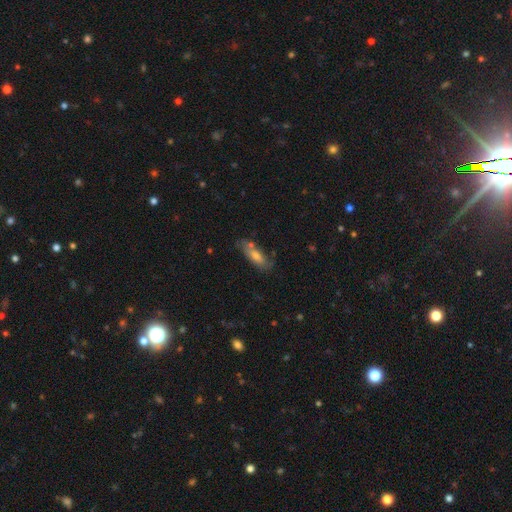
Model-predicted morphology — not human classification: Q: Smooth or featured?
A: smooth (61%); runner-up: featured or disk (31%)
Q: How rounded?
A: in between (57%); runner-up: cigar-shaped (40%)
Q: Merging?
A: none (64%); runner-up: minor disturbance (22%)